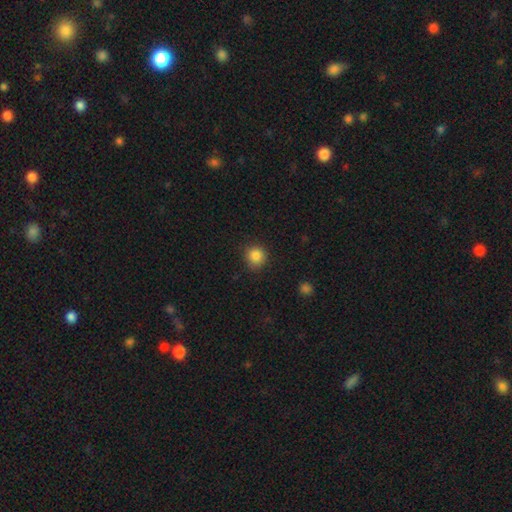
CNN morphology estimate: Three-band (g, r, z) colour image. It shows a smooth galaxy with no disk features (86%) that is round (90%). Merging: none (85%).